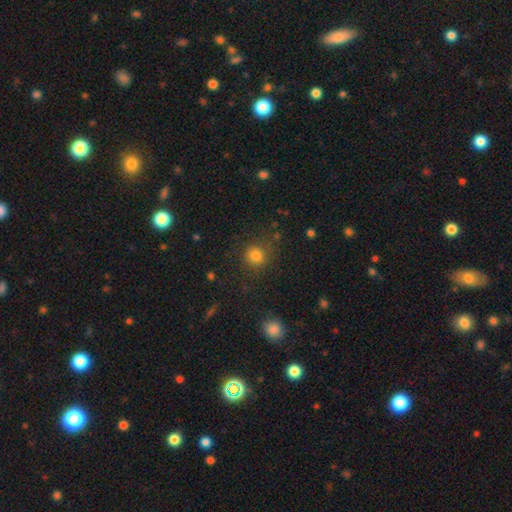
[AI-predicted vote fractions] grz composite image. It shows a smooth galaxy with no disk features (80%) that is round (88%). Merging: none (81%).